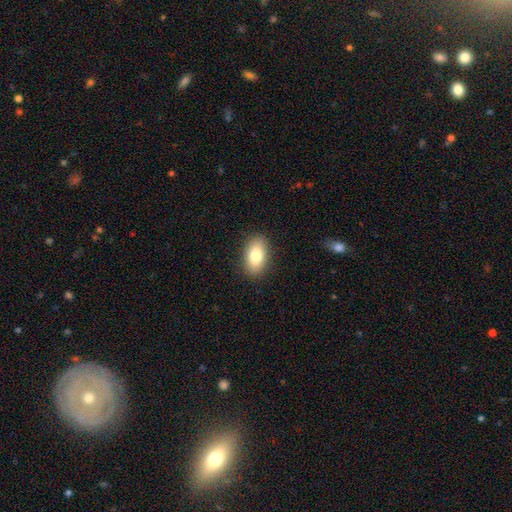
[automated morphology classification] Smooth or featured? smooth (82%)
How rounded? in between (91%)
Merging? none (88%)